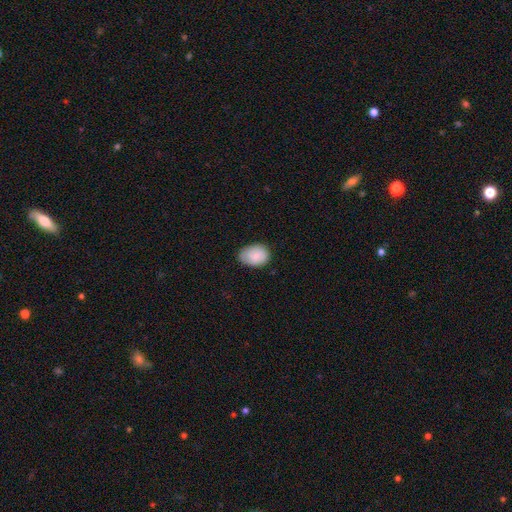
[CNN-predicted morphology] The model was most divided on "how rounded": in between: 72%, round: 27%, cigar-shaped: 1%. More confident: smooth or featured — smooth (82%); merging — none (72%).